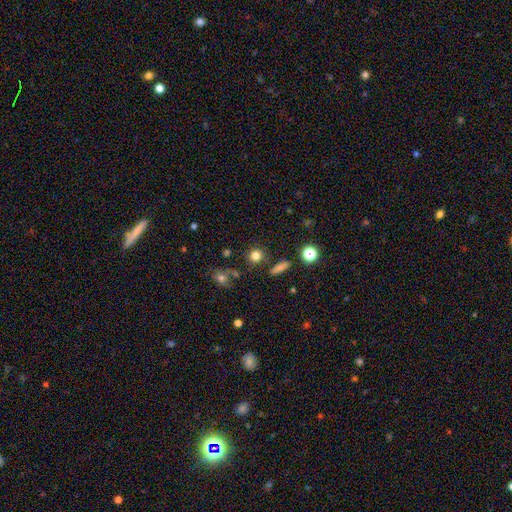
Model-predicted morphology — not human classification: Smooth or featured: smooth — 80% (star or artifact — 13%)
How rounded: round — 86% (in between — 11%)
Merging: none — 81% (minor disturbance — 10%)